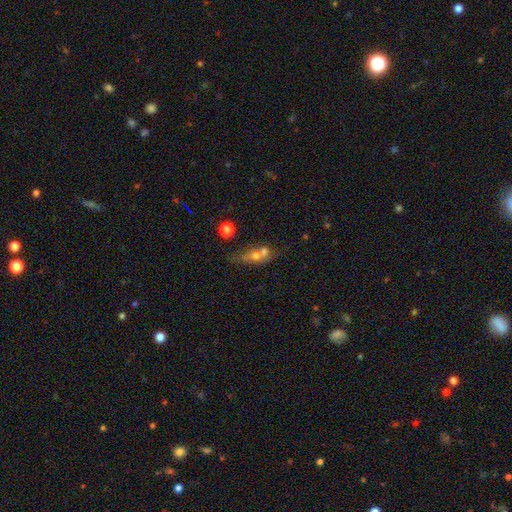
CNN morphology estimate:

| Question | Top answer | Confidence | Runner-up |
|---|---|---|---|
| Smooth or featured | smooth | 59% | featured or disk (28%) |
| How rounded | in between | 54% | round (34%) |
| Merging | merger | 51% | none (31%) |